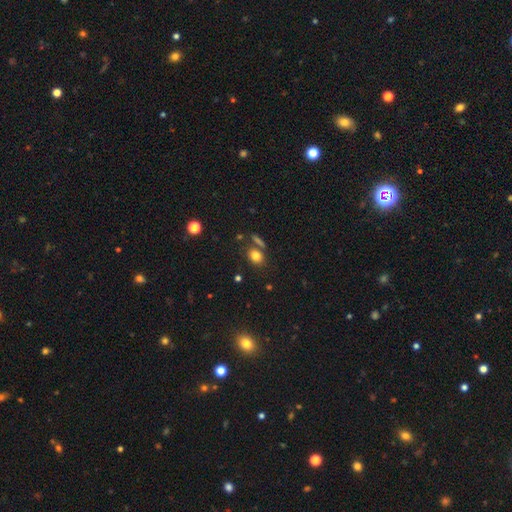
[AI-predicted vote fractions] smooth_or_featured: smooth (p=0.79) [alt: star or artifact p=0.13]
how_rounded: in between (p=0.53) [alt: round p=0.45]
merging: none (p=0.70) [alt: merger p=0.14]